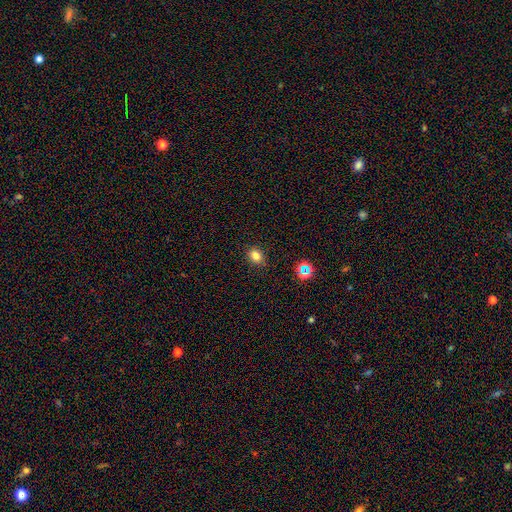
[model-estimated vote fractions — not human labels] Smooth or featured? smooth (78%)
How rounded? in between (52%)
Merging? none (87%)